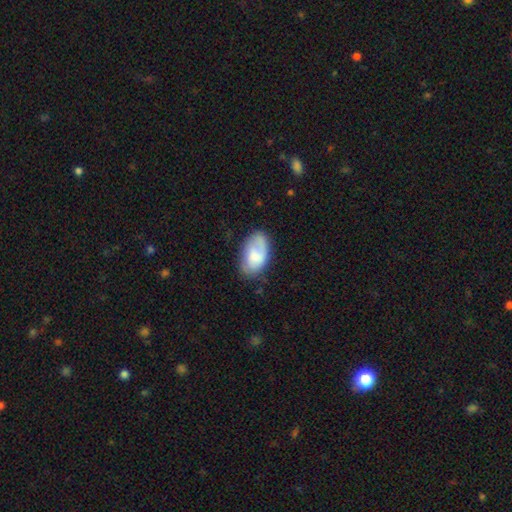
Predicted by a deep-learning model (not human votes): smooth 67%, featured or disk 27%, star or artifact 7%. Down the decision tree: how rounded — in between (93%); merging — none (62%).